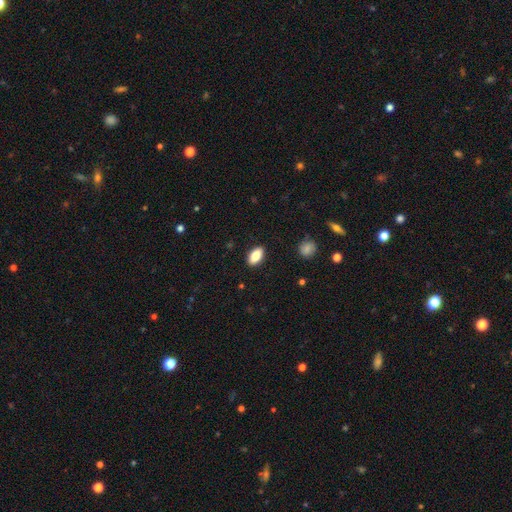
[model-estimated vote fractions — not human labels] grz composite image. It shows a smooth galaxy with no disk features (82%) that is in between round and cigar-shaped (90%). Merging: none (89%).